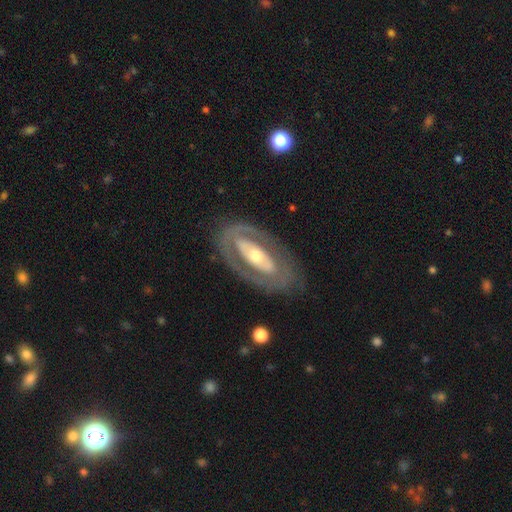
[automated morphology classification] Q: Smooth or featured?
A: featured or disk (78%); runner-up: smooth (17%)
Q: Edge-on disk?
A: no (90%); runner-up: yes (10%)
Q: Bar?
A: no (45%); runner-up: strong (30%)
Q: Spiral arms?
A: no (51%); runner-up: yes (49%)
Q: Bulge size?
A: moderate (53%); runner-up: small (38%)
Q: Merging?
A: none (78%); runner-up: minor disturbance (14%)